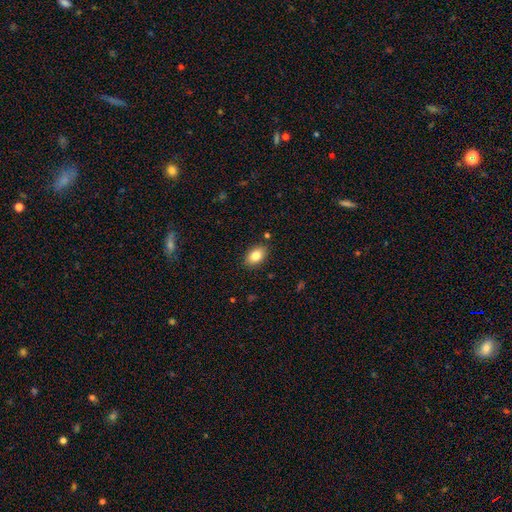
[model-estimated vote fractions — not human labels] smooth-or-featured: smooth: 84% | featured or disk: 8% | star or artifact: 8%
  how-rounded: in between: 87% | round: 12% | cigar-shaped: 1%
  merging: none: 87% | minor disturbance: 10% | major disturbance: 2% | merger: 2%